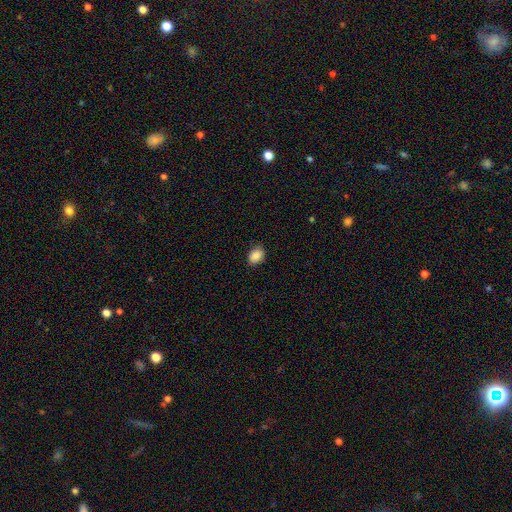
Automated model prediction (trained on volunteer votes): smooth 88%, star or artifact 8%, featured or disk 4%. Down the decision tree: how rounded — in between (70%); merging — none (85%).